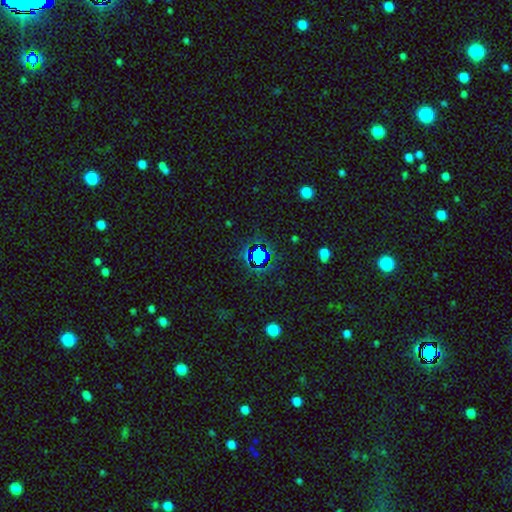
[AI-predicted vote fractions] The model was most divided on "smooth or featured": star or artifact: 68%, smooth: 22%, featured or disk: 10%.